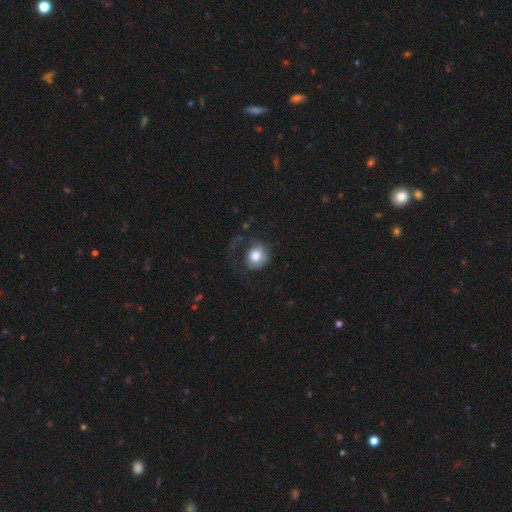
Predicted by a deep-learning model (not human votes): smooth-or-featured: smooth: 78% | featured or disk: 13% | star or artifact: 8%
  how-rounded: round: 75% | in between: 24% | cigar-shaped: 1%
  merging: none: 47% | major disturbance: 28% | minor disturbance: 23% | merger: 2%